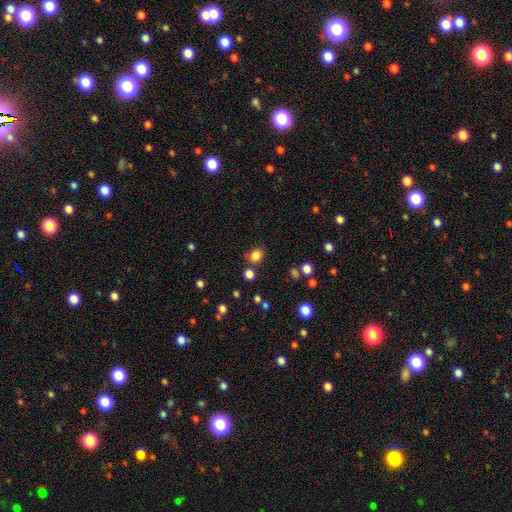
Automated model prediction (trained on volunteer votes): Smooth or featured? Predicted: smooth (p=0.82). How rounded? Predicted: round (p=0.60). Merging? Predicted: none (p=0.75).